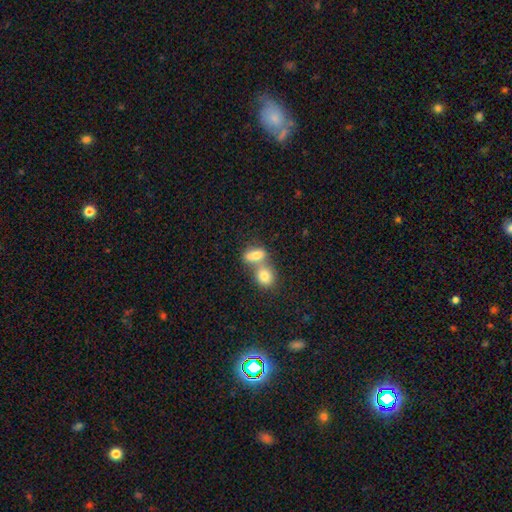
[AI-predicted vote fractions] Smooth or featured: smooth — 78% (featured or disk — 13%)
How rounded: in between — 73% (round — 18%)
Merging: merger — 58% (none — 30%)